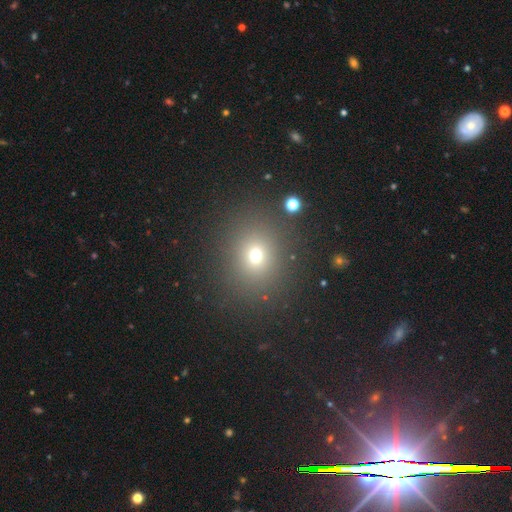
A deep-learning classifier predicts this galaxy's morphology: Smooth or featured? Predicted: smooth (p=0.68). How rounded? Predicted: round (p=0.73). Merging? Predicted: none (p=0.85).